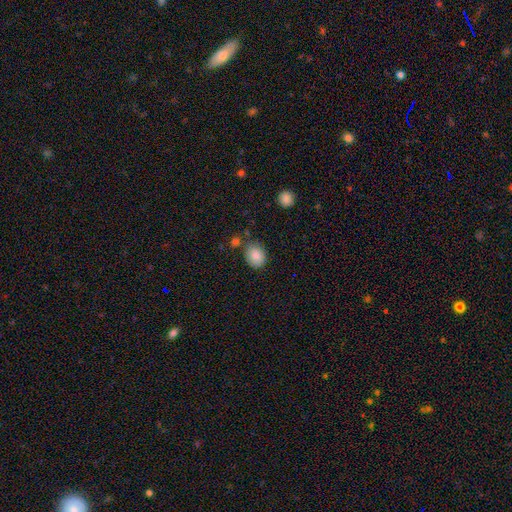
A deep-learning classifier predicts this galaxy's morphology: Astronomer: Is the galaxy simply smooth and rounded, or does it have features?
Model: smooth — 87%.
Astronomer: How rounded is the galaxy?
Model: round — 51% (runner-up: in between, 48%).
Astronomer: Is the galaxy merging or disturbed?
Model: none — 73%.